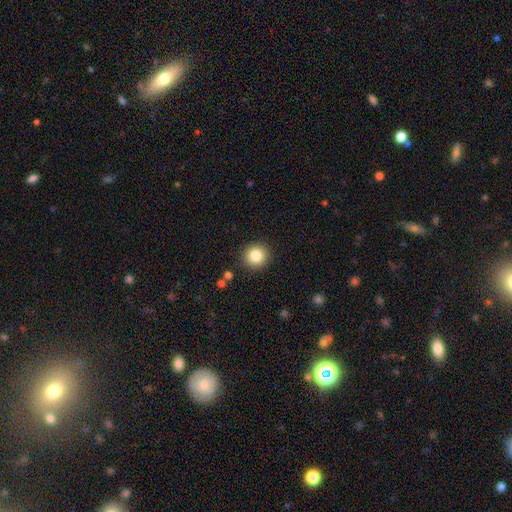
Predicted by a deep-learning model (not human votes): smooth 83%, star or artifact 10%, featured or disk 6%. Down the decision tree: how rounded — round (90%); merging — none (90%).